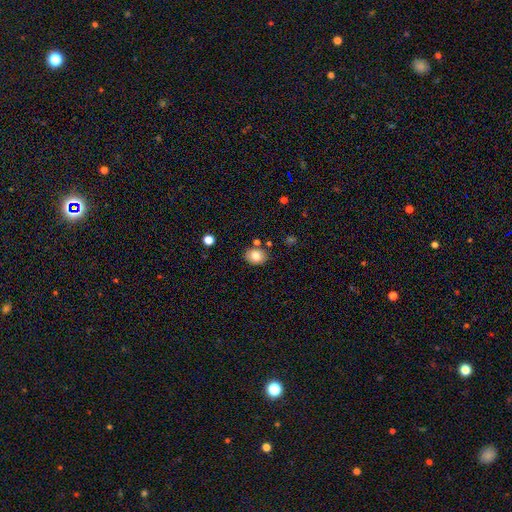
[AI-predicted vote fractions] Smooth or featured: smooth — 81% (star or artifact — 9%)
How rounded: in between — 56% (round — 43%)
Merging: none — 78% (minor disturbance — 13%)